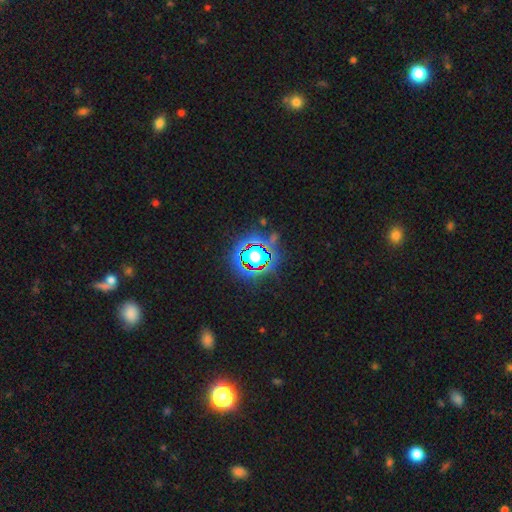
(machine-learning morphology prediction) type=star or artifact (78%).